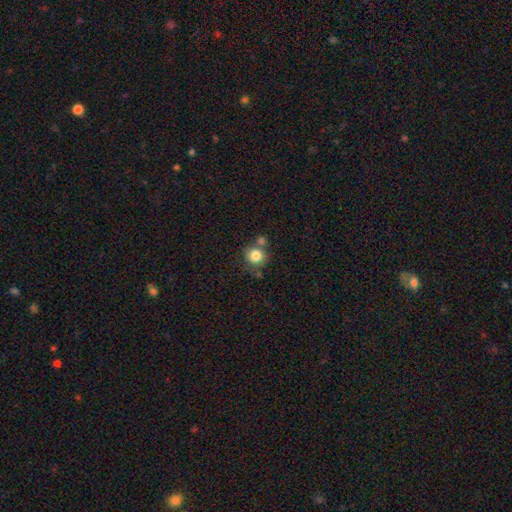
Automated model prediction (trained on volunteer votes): smooth-or-featured: smooth: 82% | star or artifact: 10% | featured or disk: 8%
  how-rounded: round: 89% | in between: 10% | cigar-shaped: 1%
  merging: none: 61% | merger: 22% | minor disturbance: 13% | major disturbance: 4%